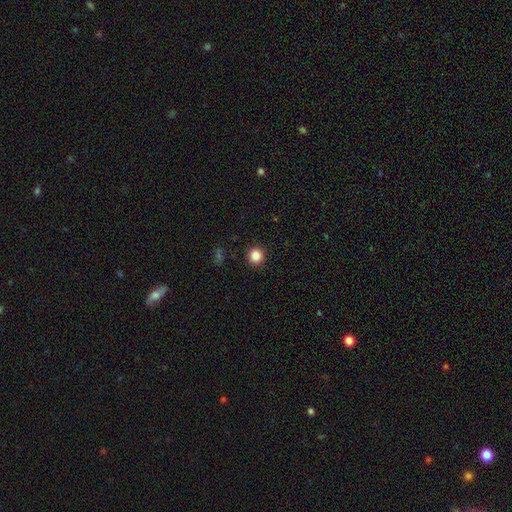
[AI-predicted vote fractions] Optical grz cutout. It shows a smooth galaxy with no disk features (85%) that is round (93%). Merging: none (93%).